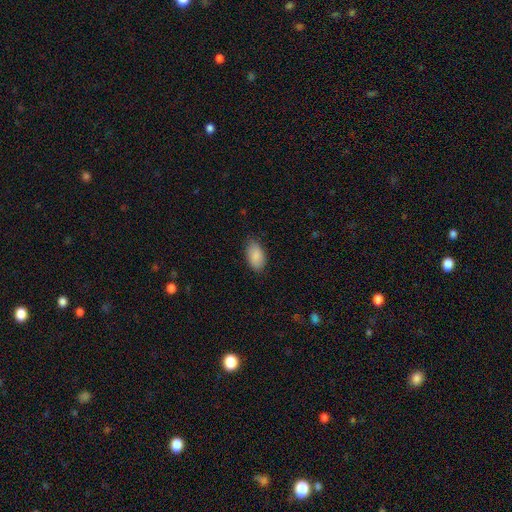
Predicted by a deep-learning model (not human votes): This is clearly a smooth galaxy (89%). How rounded: clearly in between (94%). Merging: clearly none (80%).